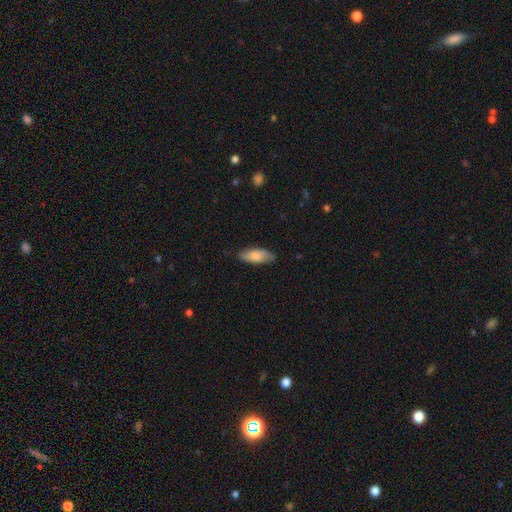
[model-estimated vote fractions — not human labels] Morphology: type=smooth (77%); roundness=in between (71%); merging=none (82%).